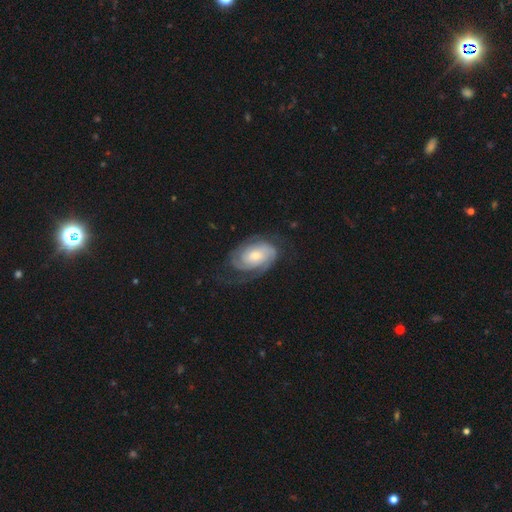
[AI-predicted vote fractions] This appears to be a featured or disk galaxy (82%) with no bar (69%), 2 (50%) tight (64%) spiral arms (95%) and a small central bulge (49%). Merging: none (65%).